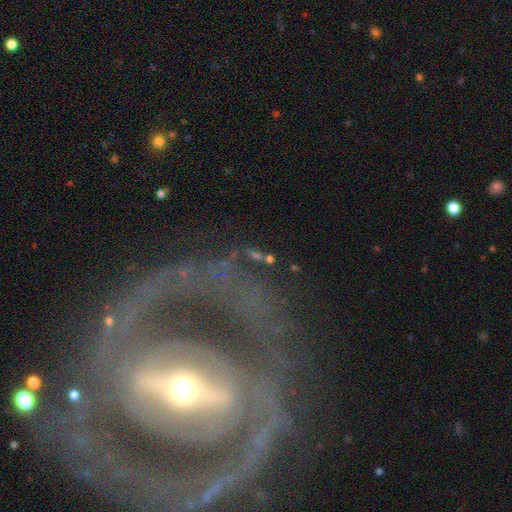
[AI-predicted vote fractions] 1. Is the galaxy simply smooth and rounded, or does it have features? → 48% featured or disk, 29% star or artifact, 23% smooth.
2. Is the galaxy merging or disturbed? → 65% none, 15% minor disturbance, 12% major disturbance, 8% merger.